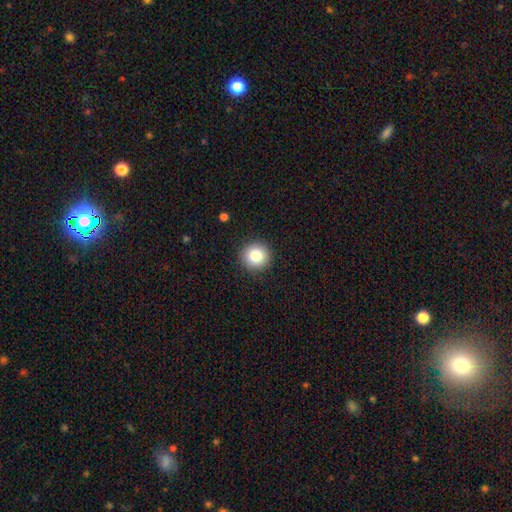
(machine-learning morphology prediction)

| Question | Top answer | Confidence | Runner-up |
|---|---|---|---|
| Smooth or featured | smooth | 84% | star or artifact (10%) |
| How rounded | round | 94% | in between (5%) |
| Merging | none | 92% | minor disturbance (6%) |